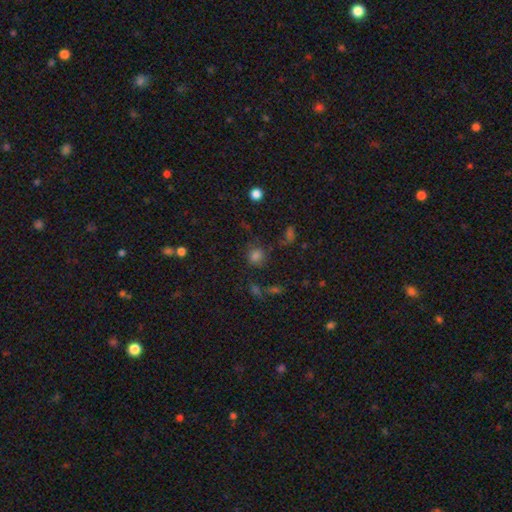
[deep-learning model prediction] smooth 77%, star or artifact 17%, featured or disk 6%. Down the decision tree: how rounded — round (81%); merging — none (73%).